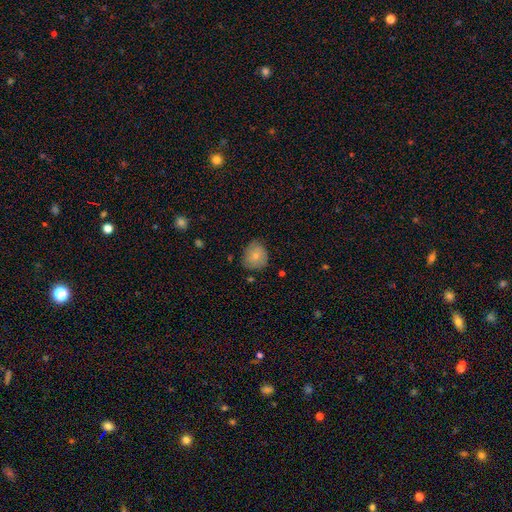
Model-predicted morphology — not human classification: Q: Smooth or featured?
A: smooth (70%); runner-up: featured or disk (23%)
Q: How rounded?
A: round (78%); runner-up: in between (21%)
Q: Merging?
A: none (68%); runner-up: minor disturbance (25%)